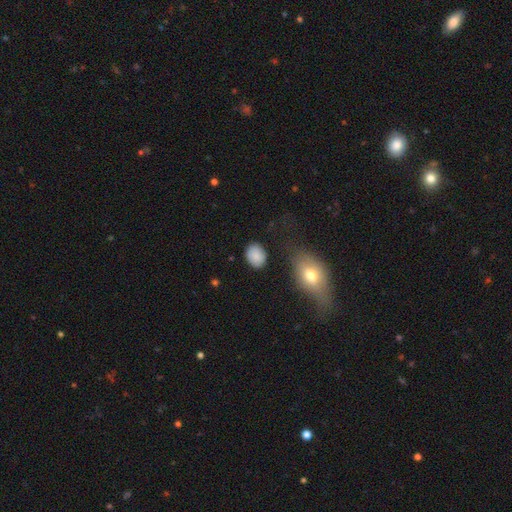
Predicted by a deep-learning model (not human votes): smooth-or-featured: smooth: 85% | star or artifact: 8% | featured or disk: 7%
  how-rounded: in between: 59% | round: 40% | cigar-shaped: 1%
  merging: none: 79% | minor disturbance: 14% | major disturbance: 4% | merger: 3%